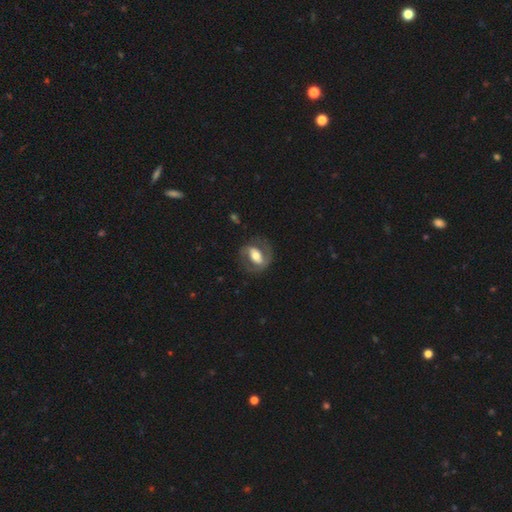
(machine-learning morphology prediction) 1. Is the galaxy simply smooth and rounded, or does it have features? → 64% featured or disk, 30% smooth, 6% star or artifact.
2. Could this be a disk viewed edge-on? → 93% no, 7% yes.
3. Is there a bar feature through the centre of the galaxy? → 44% strong, 30% weak, 26% no.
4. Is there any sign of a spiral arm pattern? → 64% yes, 36% no.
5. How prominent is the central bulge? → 58% moderate, 26% large, 12% small, 3% dominant, 1% none.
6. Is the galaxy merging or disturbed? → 68% none, 17% minor disturbance, 14% major disturbance, 1% merger.